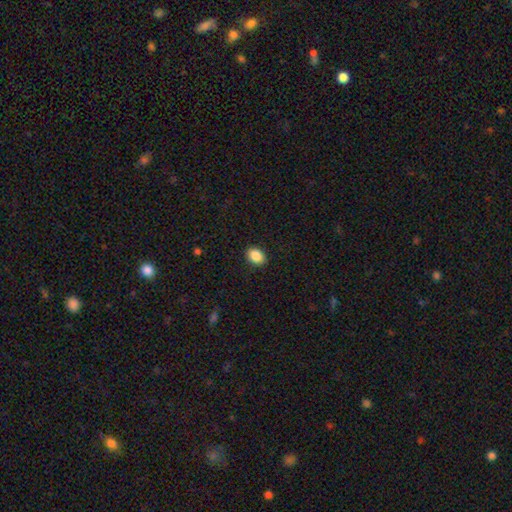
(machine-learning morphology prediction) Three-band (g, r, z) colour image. It shows a smooth galaxy with no disk features (88%) that is in between round and cigar-shaped (76%). Merging: none (90%).